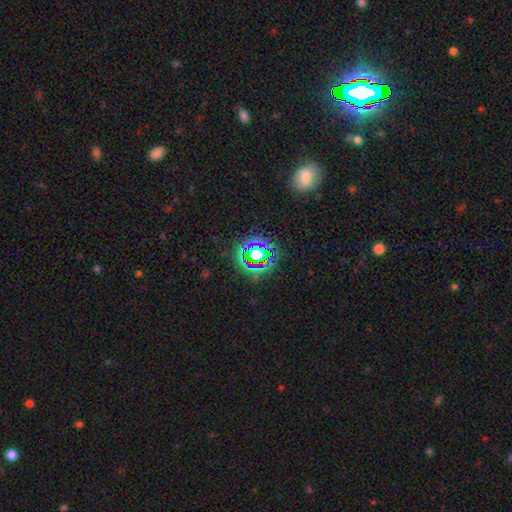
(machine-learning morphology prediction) Smooth or featured: star or artifact — 67% (smooth — 21%)